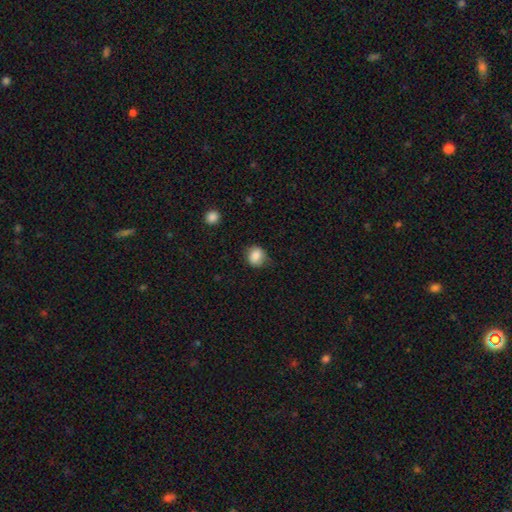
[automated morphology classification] A smooth galaxy with no disk features (85%) that is round (70%).

Vote fractions:
- Smooth or featured? smooth: 85% / star or artifact: 9% / featured or disk: 6%
- How rounded? round: 70% / in between: 29% / cigar-shaped: 1%
- Merging? none: 69% / minor disturbance: 24% / major disturbance: 6% / merger: 1%